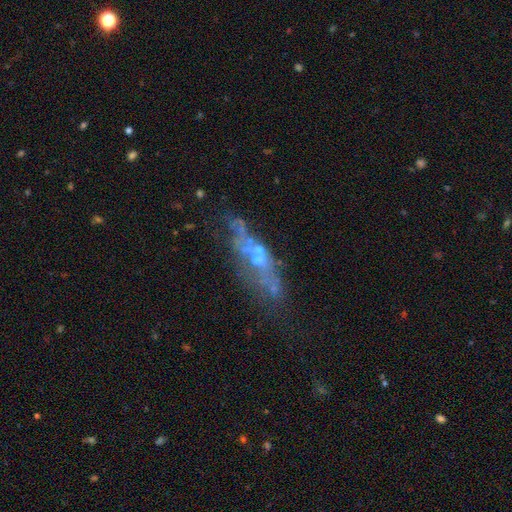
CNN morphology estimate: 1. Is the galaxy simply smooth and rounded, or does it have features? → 58% featured or disk, 26% smooth, 16% star or artifact.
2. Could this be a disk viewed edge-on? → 71% no, 29% yes.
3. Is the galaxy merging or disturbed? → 53% none, 20% minor disturbance, 15% major disturbance, 12% merger.